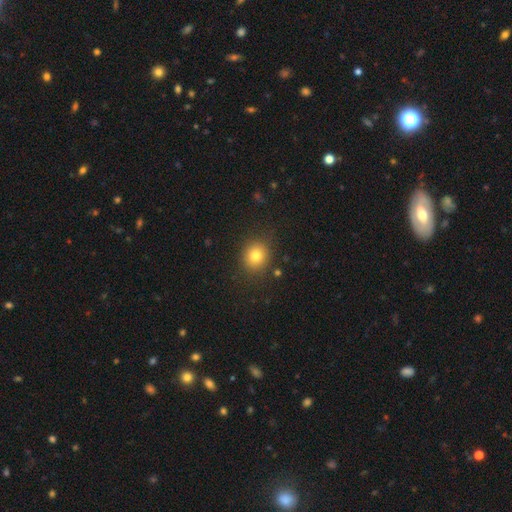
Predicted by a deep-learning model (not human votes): Smooth or featured? Predicted: smooth (p=0.79). How rounded? Predicted: round (p=0.77). Merging? Predicted: none (p=0.85).